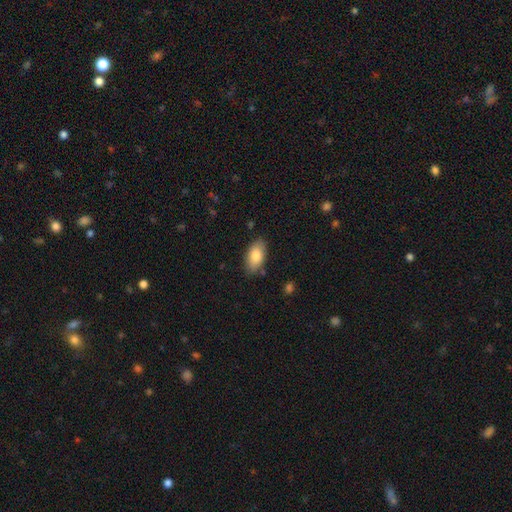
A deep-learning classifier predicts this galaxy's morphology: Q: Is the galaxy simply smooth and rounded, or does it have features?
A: smooth — 83%.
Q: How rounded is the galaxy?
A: in between — 94%.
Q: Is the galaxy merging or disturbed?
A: none — 83%.